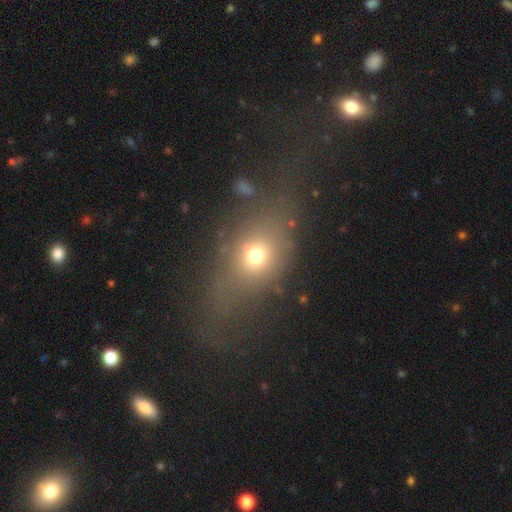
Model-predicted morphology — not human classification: Smooth or featured? smooth (66%)
How rounded? in between (57%)
Merging? none (49%)